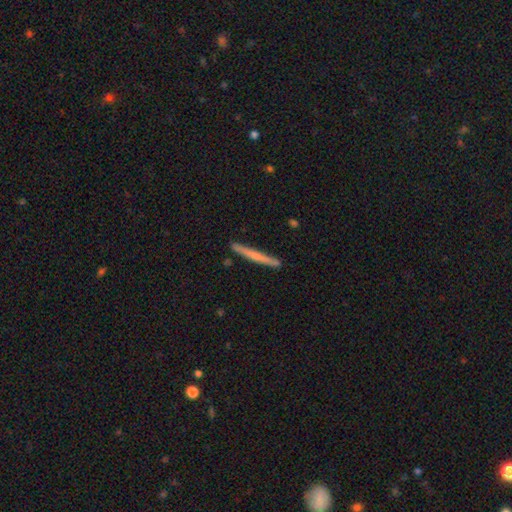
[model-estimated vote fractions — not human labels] Q: Smooth or featured?
A: smooth (48%); runner-up: featured or disk (46%)
Q: Merging?
A: none (89%); runner-up: minor disturbance (8%)